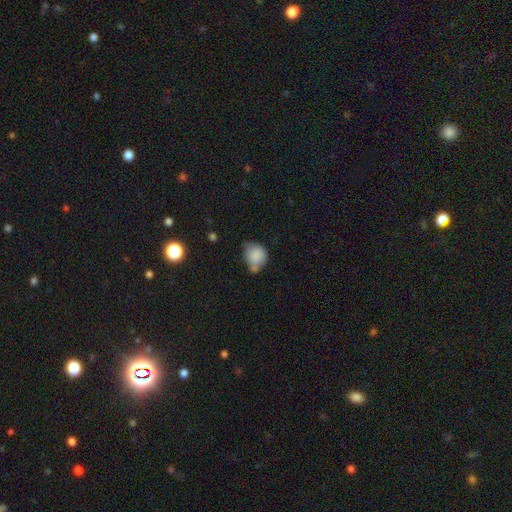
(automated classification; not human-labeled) A smooth galaxy with no disk features (81%) that is round (60%). Merging: none (39%).